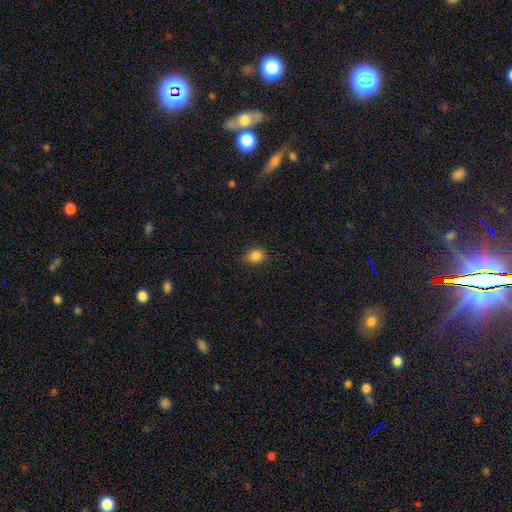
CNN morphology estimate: Smooth or featured?
  - smooth: 84% *
  - star or artifact: 12%
  - featured or disk: 4%
How rounded?
  - round: 63% *
  - in between: 36%
  - cigar-shaped: 1%
Merging?
  - none: 73% *
  - minor disturbance: 22%
  - major disturbance: 4%
  - merger: 1%